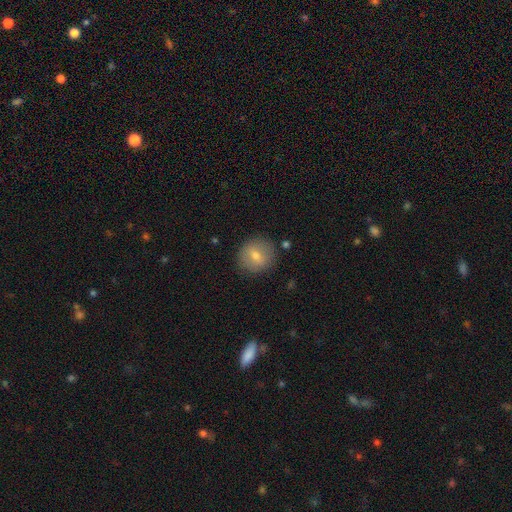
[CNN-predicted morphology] Smooth or featured: smooth — 66% (featured or disk — 24%)
How rounded: round — 85% (in between — 14%)
Merging: none — 86% (minor disturbance — 9%)